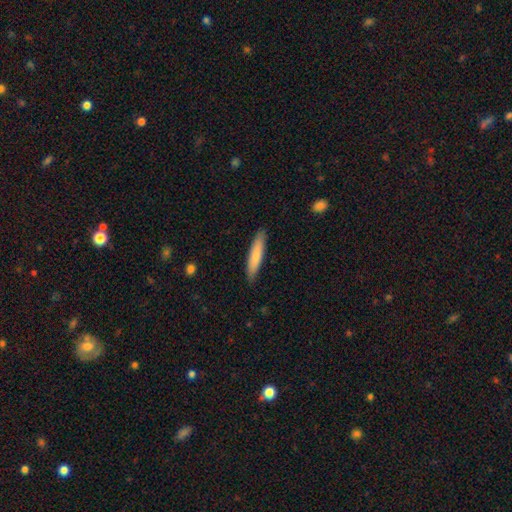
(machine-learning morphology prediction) Smooth or featured? Predicted: smooth (p=0.77). How rounded? Predicted: cigar-shaped (p=0.88). Merging? Predicted: none (p=0.89).